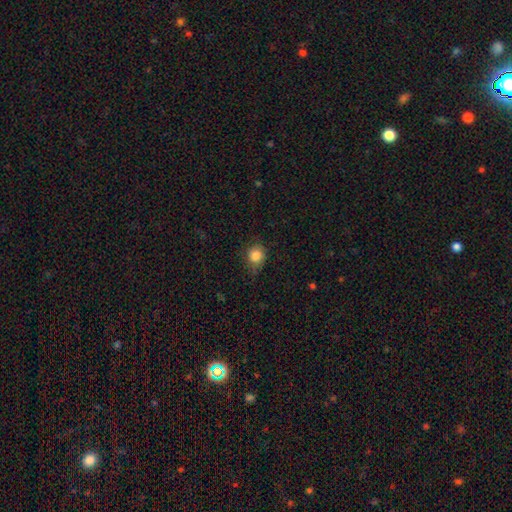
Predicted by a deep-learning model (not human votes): The model was most divided on "merging": none: 68%, minor disturbance: 25%, major disturbance: 6%, merger: 1%. More confident: smooth or featured — smooth (84%); how rounded — round (71%).